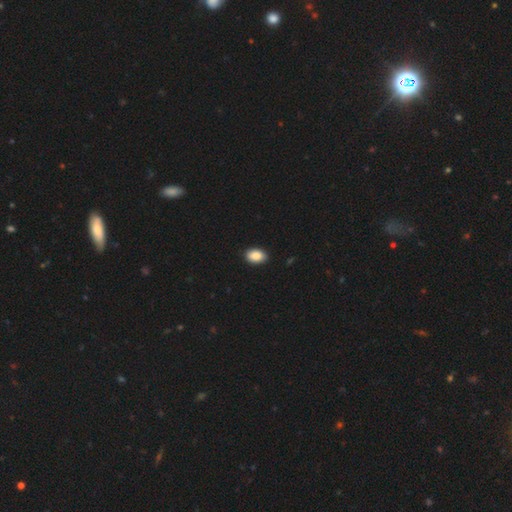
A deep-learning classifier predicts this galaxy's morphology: Smooth or featured: smooth — 89% (star or artifact — 7%)
How rounded: in between — 88% (round — 11%)
Merging: none — 89% (minor disturbance — 8%)